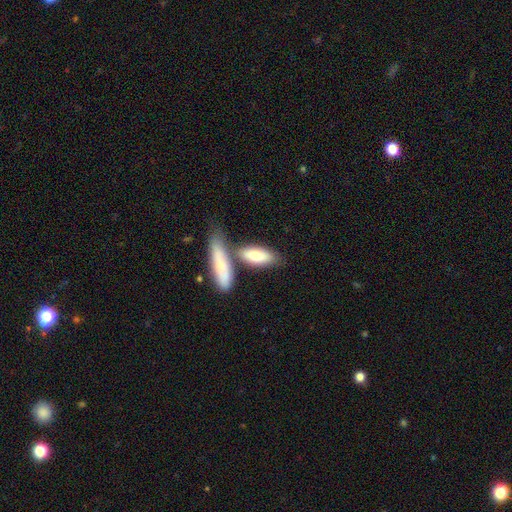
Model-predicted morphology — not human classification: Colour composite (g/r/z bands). It shows a smooth galaxy with no disk features (77%) that is in between round and cigar-shaped (68%). Merging: none (52%).